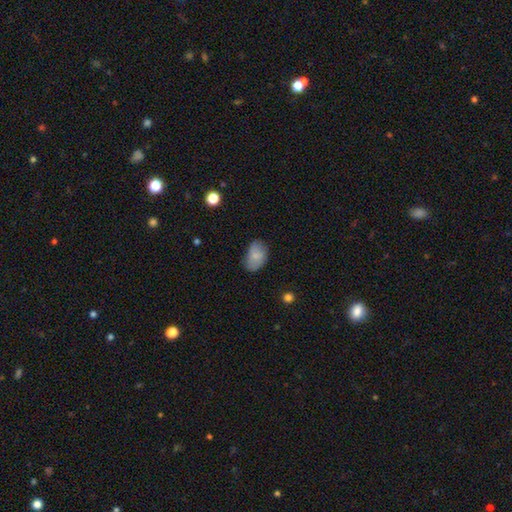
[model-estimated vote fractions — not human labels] Q: Smooth or featured?
A: smooth (80%); runner-up: featured or disk (12%)
Q: How rounded?
A: in between (89%); runner-up: round (10%)
Q: Merging?
A: none (70%); runner-up: minor disturbance (24%)